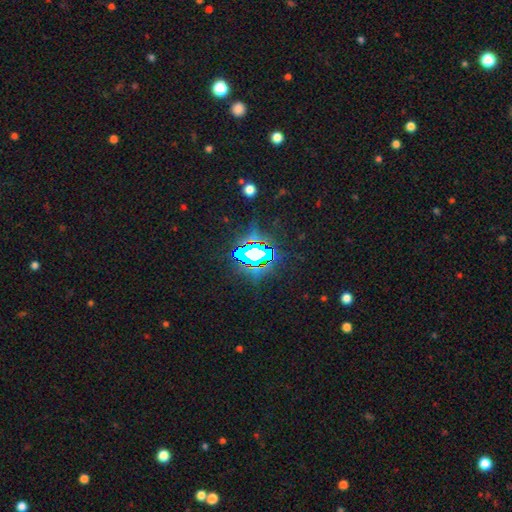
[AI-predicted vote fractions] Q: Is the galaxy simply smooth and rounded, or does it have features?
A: star or artifact — 76%.